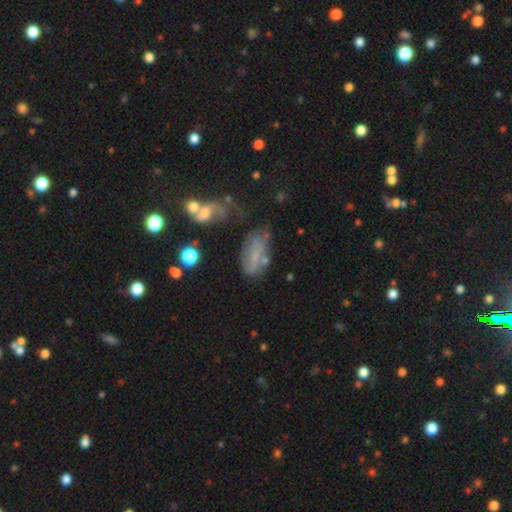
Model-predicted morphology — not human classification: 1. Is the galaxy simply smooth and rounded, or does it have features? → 55% smooth, 32% featured or disk, 13% star or artifact.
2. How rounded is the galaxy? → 81% in between, 14% cigar-shaped, 5% round.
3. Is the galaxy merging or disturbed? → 43% none, 27% minor disturbance, 18% major disturbance, 12% merger.